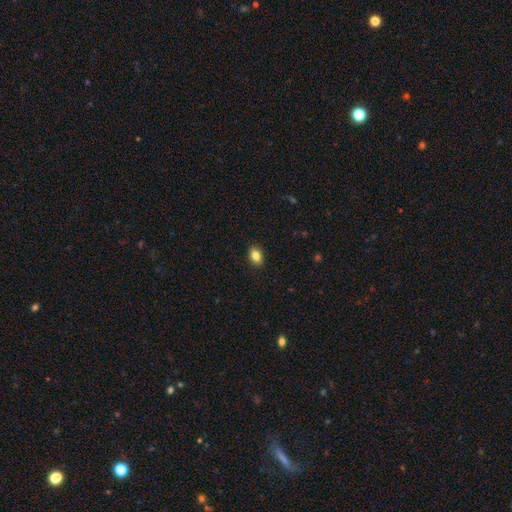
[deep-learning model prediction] A smooth galaxy with no disk features (85%) that is in between round and cigar-shaped (80%). Merging: none (90%).